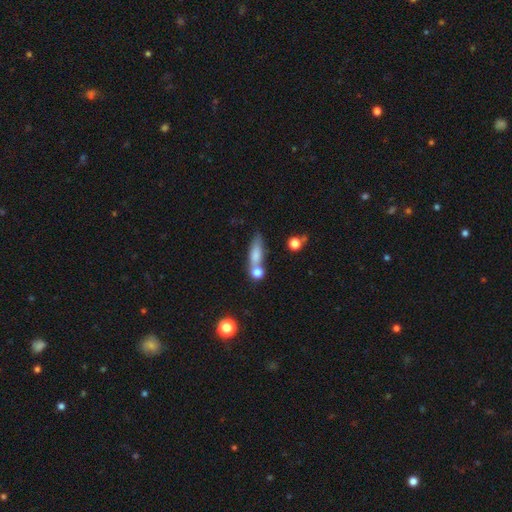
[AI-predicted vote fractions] Smooth or featured?
  - smooth: 72% *
  - featured or disk: 18%
  - star or artifact: 10%
How rounded?
  - cigar-shaped: 51% *
  - in between: 40%
  - round: 9%
Merging?
  - none: 55% *
  - merger: 23%
  - minor disturbance: 15%
  - major disturbance: 6%